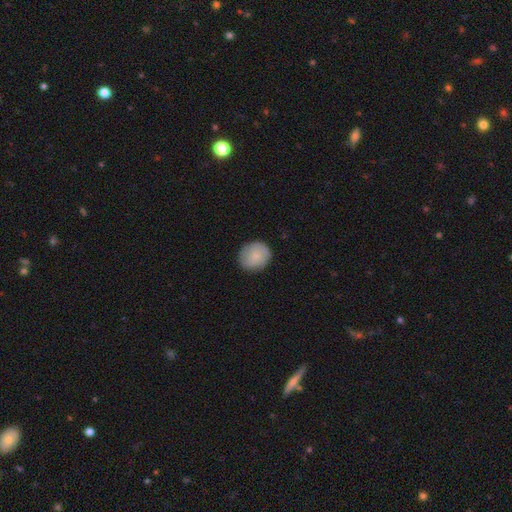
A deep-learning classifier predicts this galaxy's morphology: Smooth or featured? smooth (77%)
How rounded? round (86%)
Merging? none (85%)